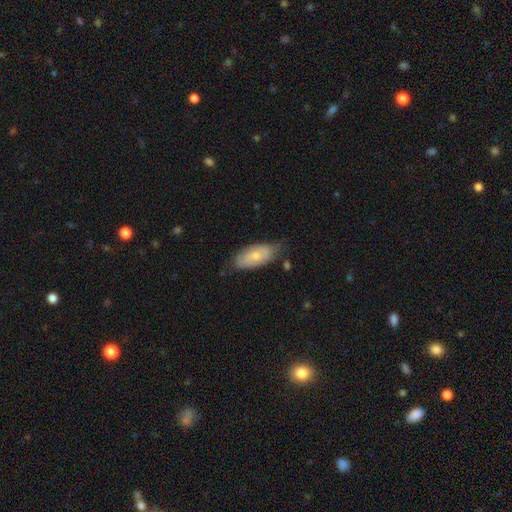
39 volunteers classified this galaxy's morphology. Smooth or featured?
  - smooth: 69% *
  - featured or disk: 28%
  - star or artifact: 3%
How rounded?
  - in between: 85% *
  - cigar-shaped: 15%
  - round: 0%
Merging?
  - none: 84% *
  - minor disturbance: 13%
  - major disturbance: 3%
  - merger: 0%